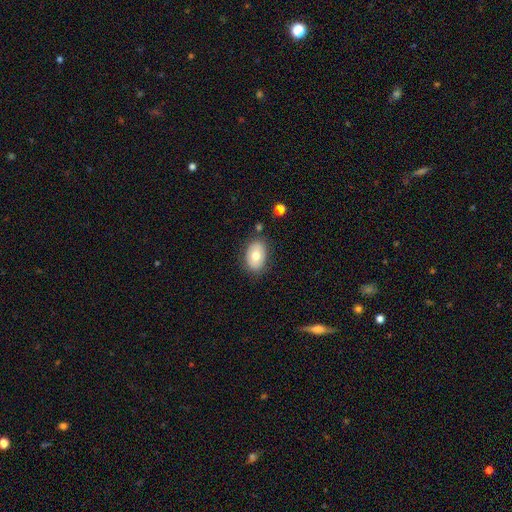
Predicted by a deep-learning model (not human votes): Morphology: type=smooth (71%); roundness=in between (84%); merging=none (82%).